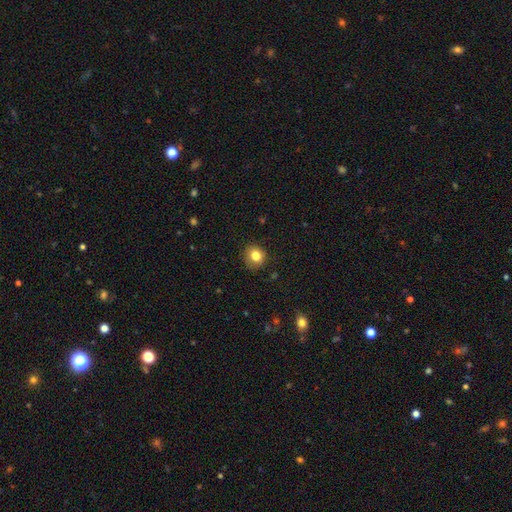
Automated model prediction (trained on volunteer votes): Smooth or featured: smooth — 81% (star or artifact — 11%)
How rounded: round — 81% (in between — 18%)
Merging: none — 85% (minor disturbance — 12%)